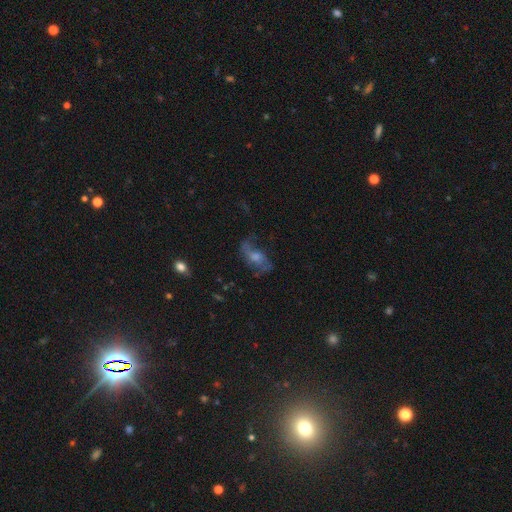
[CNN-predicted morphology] Smooth or featured? featured or disk (62%)
Edge-on disk? no (90%)
Bar? no (62%)
Spiral arms? yes (80%)
Bulge size? moderate (50%)
Merging? none (56%)